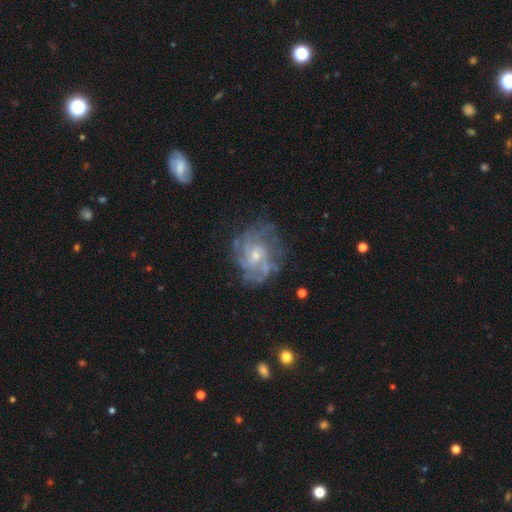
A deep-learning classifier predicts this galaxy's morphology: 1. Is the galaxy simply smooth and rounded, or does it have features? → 85% featured or disk, 8% smooth, 7% star or artifact.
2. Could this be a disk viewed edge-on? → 98% no, 2% yes.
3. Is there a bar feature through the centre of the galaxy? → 66% no, 30% weak, 4% strong.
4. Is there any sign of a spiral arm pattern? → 94% yes, 6% no.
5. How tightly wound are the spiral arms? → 49% tight, 40% medium, 11% loose.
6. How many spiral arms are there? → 32% can't tell, 20% 4, 19% 3, 13% 2, 9% more than 4, 6% 1.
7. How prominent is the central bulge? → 62% small, 33% moderate, 2% none, 2% large, 1% dominant.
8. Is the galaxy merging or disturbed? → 70% none, 18% minor disturbance, 10% major disturbance, 2% merger.